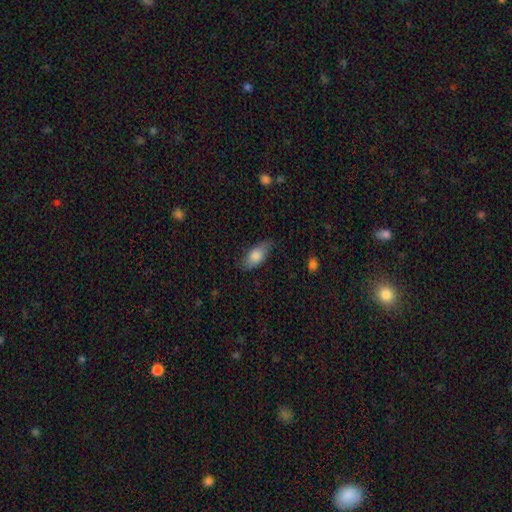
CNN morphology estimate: A smooth galaxy with no disk features (80%) that is in between round and cigar-shaped (87%). Merging: none (74%).